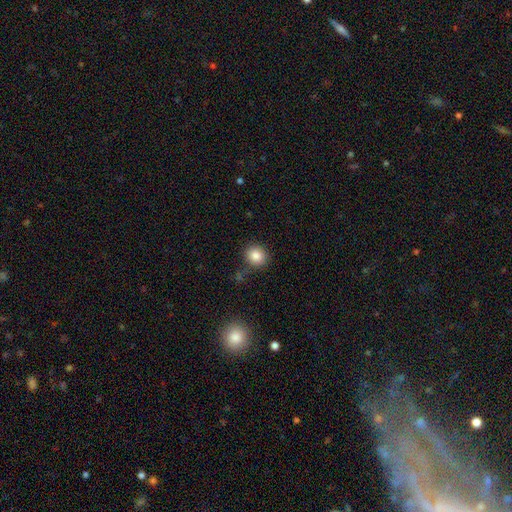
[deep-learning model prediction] Q: Smooth or featured?
A: smooth (85%); runner-up: star or artifact (10%)
Q: How rounded?
A: round (83%); runner-up: in between (16%)
Q: Merging?
A: none (83%); runner-up: minor disturbance (10%)